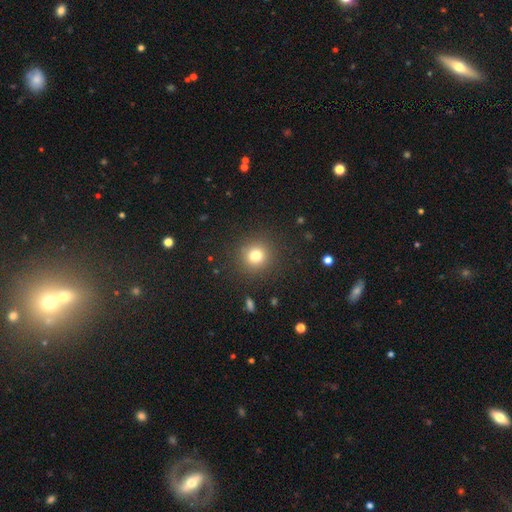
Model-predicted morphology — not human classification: The model was most divided on "smooth or featured": smooth: 78%, star or artifact: 15%, featured or disk: 8%. More confident: how rounded — round (93%); merging — none (89%).